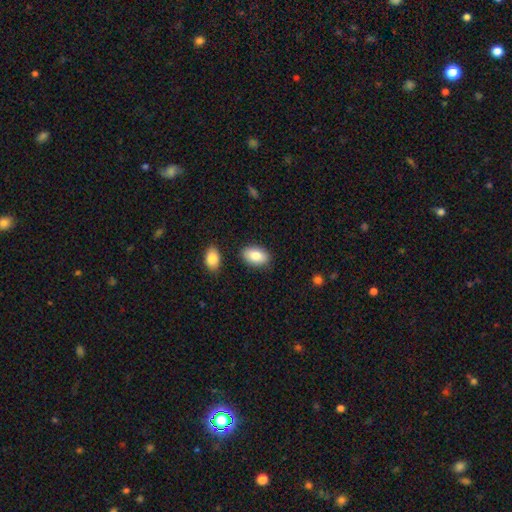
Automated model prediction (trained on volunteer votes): Smooth or featured: smooth — 83% (featured or disk — 10%)
How rounded: in between — 91% (round — 7%)
Merging: none — 85% (minor disturbance — 9%)